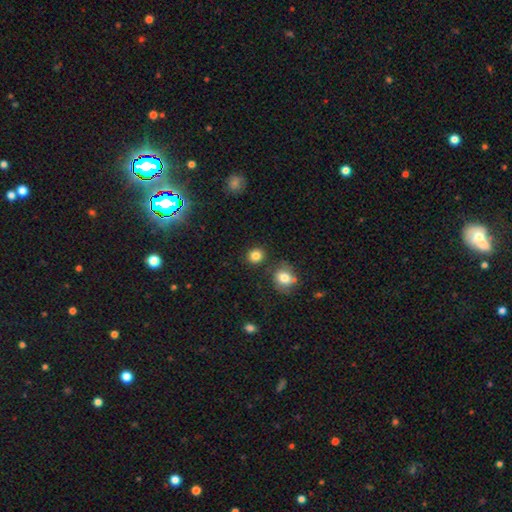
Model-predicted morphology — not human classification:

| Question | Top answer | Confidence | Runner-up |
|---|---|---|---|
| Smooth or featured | smooth | 84% | star or artifact (11%) |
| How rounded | round | 85% | in between (14%) |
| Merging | none | 84% | minor disturbance (8%) |